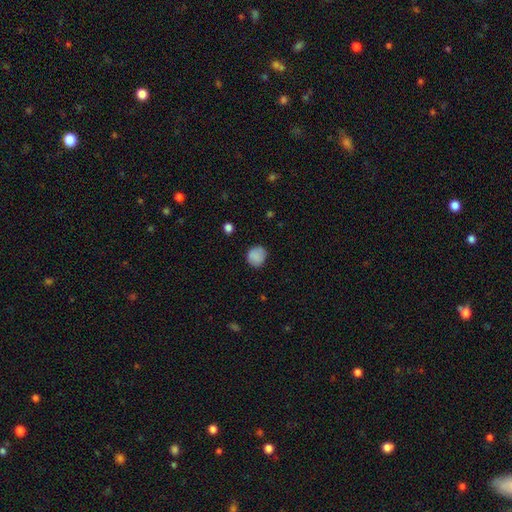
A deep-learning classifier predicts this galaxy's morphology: A smooth galaxy with no disk features (86%) that is round (82%). Merging: none (82%).